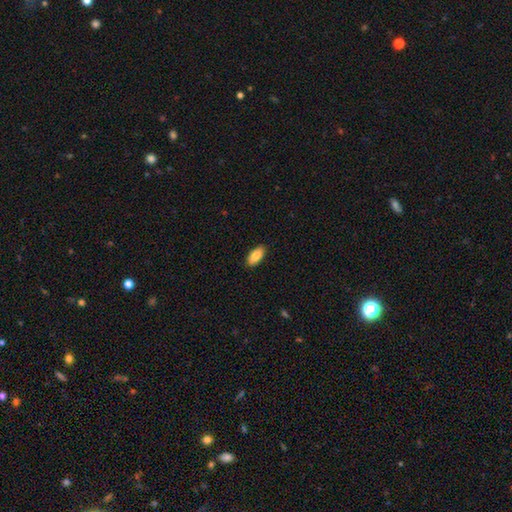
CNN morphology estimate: Smooth or featured?
  - smooth: 86% *
  - featured or disk: 7%
  - star or artifact: 6%
How rounded?
  - in between: 90% *
  - cigar-shaped: 8%
  - round: 2%
Merging?
  - none: 89% *
  - minor disturbance: 8%
  - major disturbance: 2%
  - merger: 1%